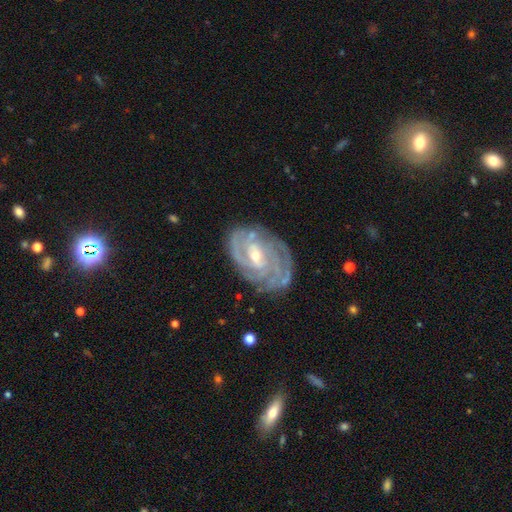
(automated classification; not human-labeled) Smooth or featured? Predicted: featured or disk (p=0.89). Edge-on disk? Predicted: no (p=0.96). Bar? Predicted: no (p=0.43). Spiral arms? Predicted: yes (p=0.96). Spiral winding? Predicted: tight (p=0.71). Spiral arm count? Predicted: can't tell (p=0.28). Bulge size? Predicted: small (p=0.51). Merging? Predicted: none (p=0.71).